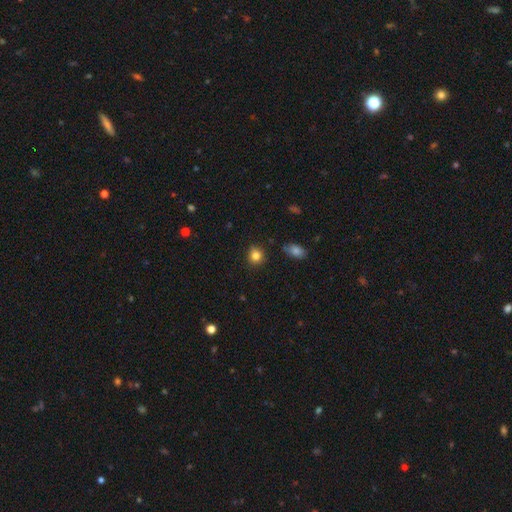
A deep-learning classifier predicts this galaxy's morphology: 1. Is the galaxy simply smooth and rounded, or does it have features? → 84% smooth, 11% star or artifact, 5% featured or disk.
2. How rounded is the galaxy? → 82% round, 16% in between, 1% cigar-shaped.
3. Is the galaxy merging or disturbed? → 84% none, 11% minor disturbance, 2% major disturbance, 2% merger.